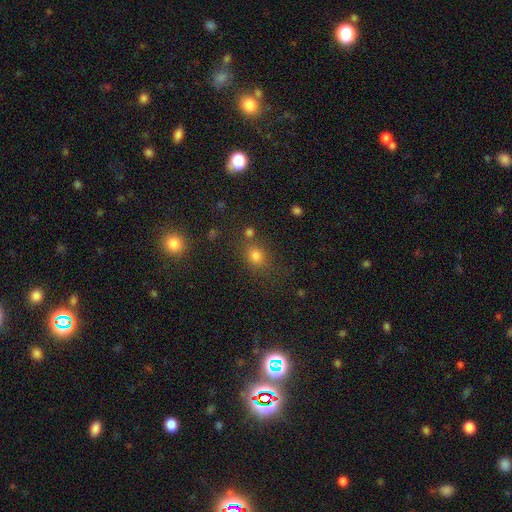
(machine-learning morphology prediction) A smooth galaxy with no disk features (73%) that is round (66%). Merging: none (70%).